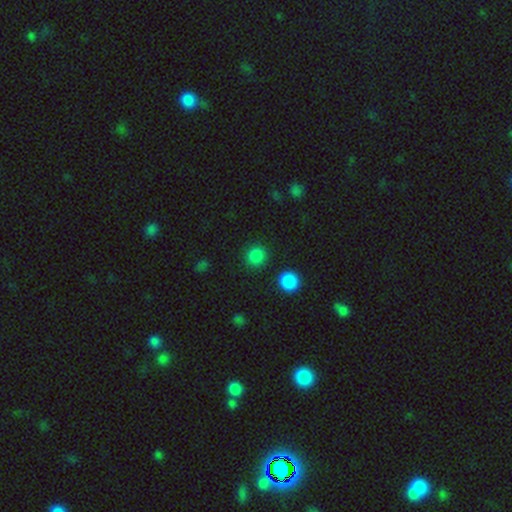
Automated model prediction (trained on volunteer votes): The model was most divided on "smooth or featured": smooth: 85%, star or artifact: 12%, featured or disk: 3%. More confident: how rounded — round (92%); merging — none (89%).